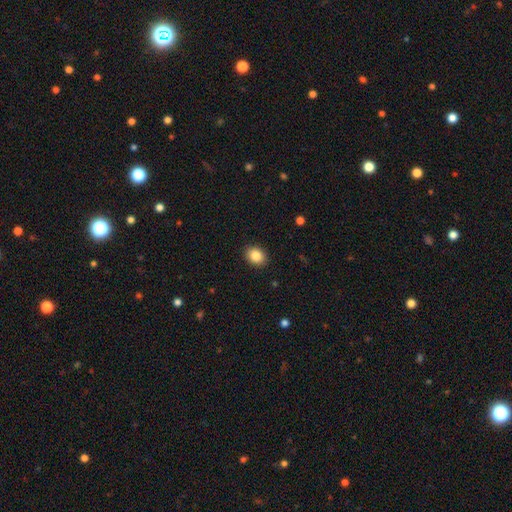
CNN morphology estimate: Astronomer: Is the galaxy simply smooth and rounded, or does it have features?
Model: smooth — 86%.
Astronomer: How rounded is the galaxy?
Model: in between — 52% (runner-up: round, 47%).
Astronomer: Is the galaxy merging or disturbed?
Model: none — 90%.